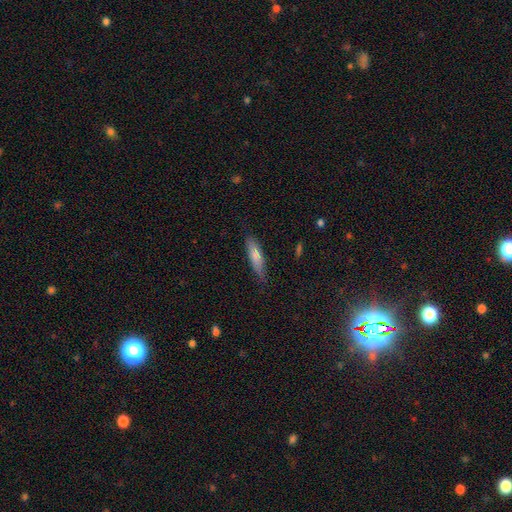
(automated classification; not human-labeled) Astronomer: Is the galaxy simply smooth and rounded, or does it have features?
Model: smooth — 77%.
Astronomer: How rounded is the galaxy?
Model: cigar-shaped — 65%.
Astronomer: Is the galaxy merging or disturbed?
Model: none — 75%.